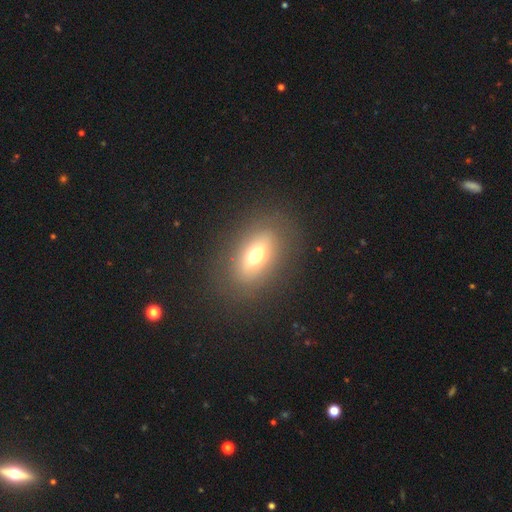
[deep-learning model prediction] Overall: smooth (61%; featured or disk 28%). How rounded: in between (81%). Merging: none (83%).